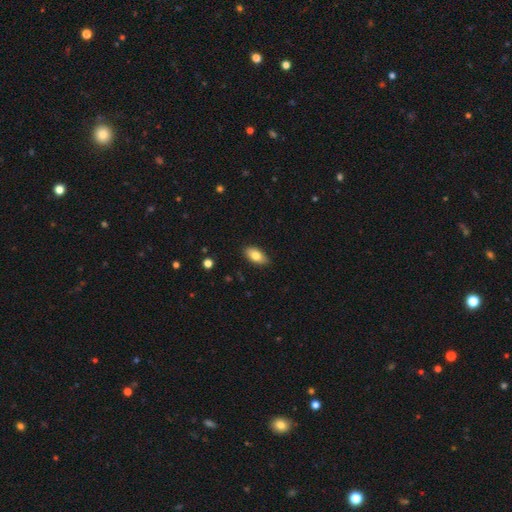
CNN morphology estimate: Overall: smooth (80%). How rounded: in between (91%). Merging: none (87%).